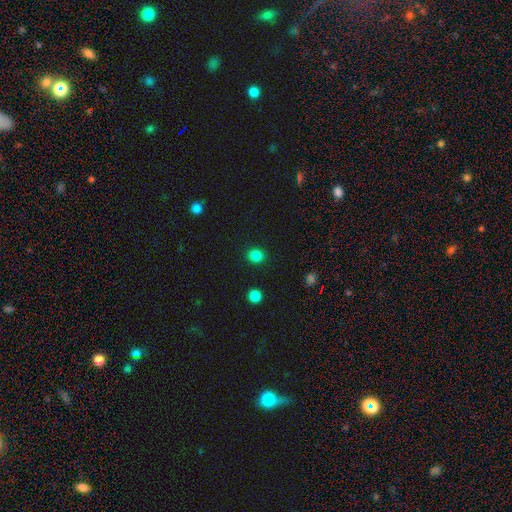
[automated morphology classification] The model was most divided on "how rounded": round: 85%, in between: 14%, cigar-shaped: 1%. More confident: merging — none (91%); smooth or featured — smooth (84%).